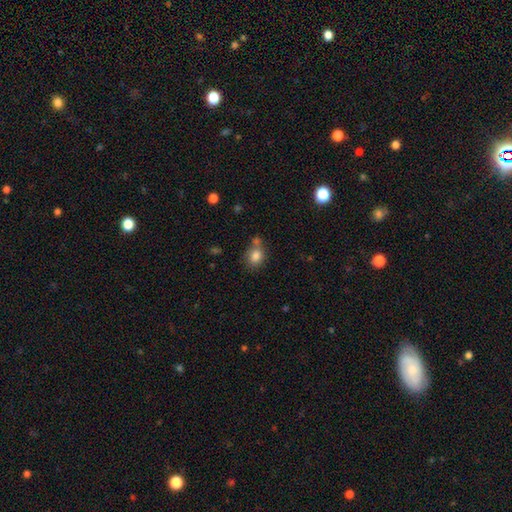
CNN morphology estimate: smooth-or-featured: smooth: 83% | star or artifact: 10% | featured or disk: 7%
  how-rounded: round: 57% | in between: 42% | cigar-shaped: 1%
  merging: none: 58% | merger: 22% | minor disturbance: 15% | major disturbance: 5%